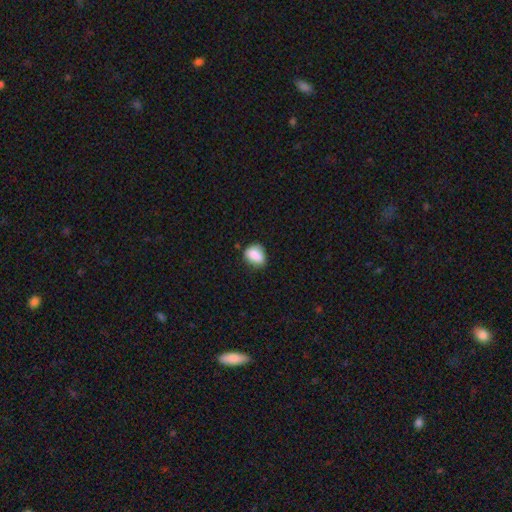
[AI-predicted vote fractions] Smooth or featured: smooth — 85% (star or artifact — 8%)
How rounded: in between — 59% (round — 39%)
Merging: none — 66% (minor disturbance — 26%)